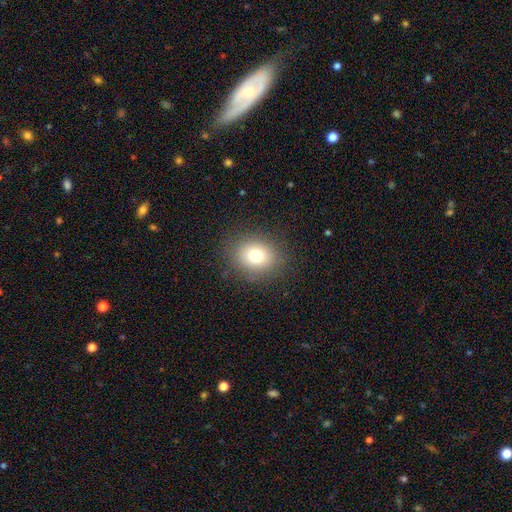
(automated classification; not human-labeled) smooth 76%, star or artifact 13%, featured or disk 11%. Down the decision tree: how rounded — round (61%); merging — none (85%).